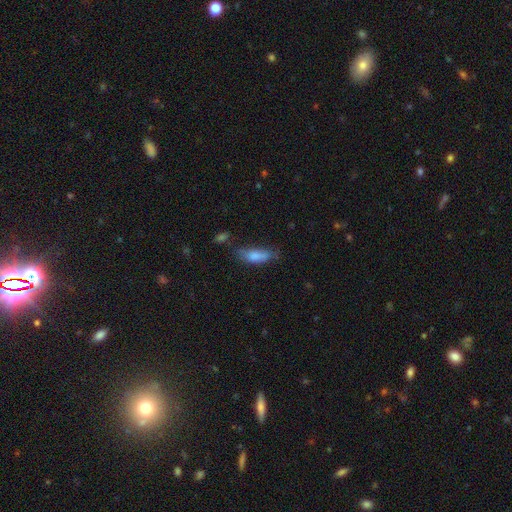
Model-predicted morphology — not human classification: The model was most divided on "merging": none: 46%, minor disturbance: 33%, major disturbance: 14%, merger: 7%. More confident: smooth or featured — smooth (79%); how rounded — in between (70%).